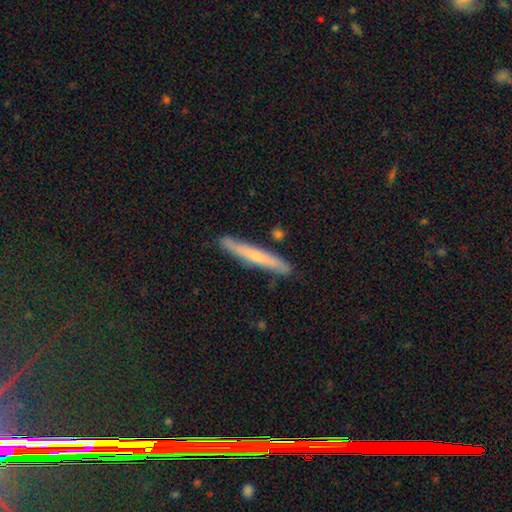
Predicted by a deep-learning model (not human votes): Smooth or featured?
  - smooth: 54% *
  - featured or disk: 40%
  - star or artifact: 5%
How rounded?
  - cigar-shaped: 96% *
  - in between: 3%
  - round: 1%
Merging?
  - none: 84% *
  - minor disturbance: 11%
  - merger: 3%
  - major disturbance: 2%